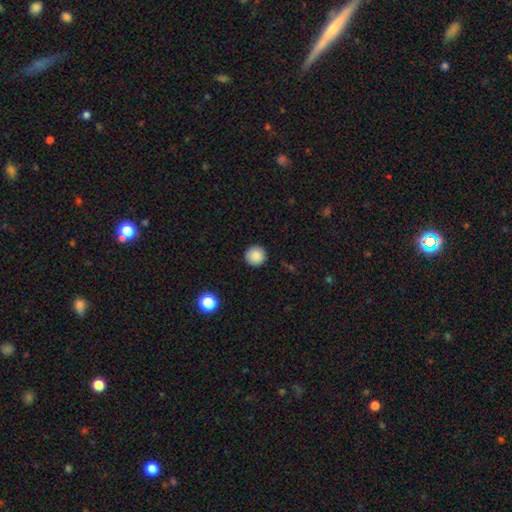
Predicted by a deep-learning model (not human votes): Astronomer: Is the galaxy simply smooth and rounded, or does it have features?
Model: smooth — 87%.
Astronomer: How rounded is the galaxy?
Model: round — 96%.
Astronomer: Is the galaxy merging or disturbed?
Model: none — 92%.